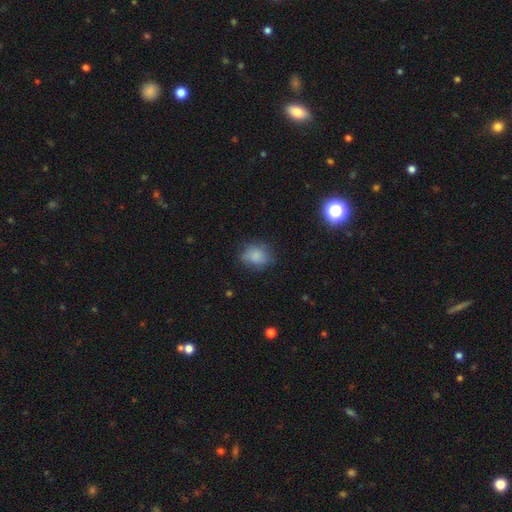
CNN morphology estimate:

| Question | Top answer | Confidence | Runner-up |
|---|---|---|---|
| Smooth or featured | smooth | 77% | featured or disk (13%) |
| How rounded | round | 51% | in between (48%) |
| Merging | none | 65% | minor disturbance (25%) |